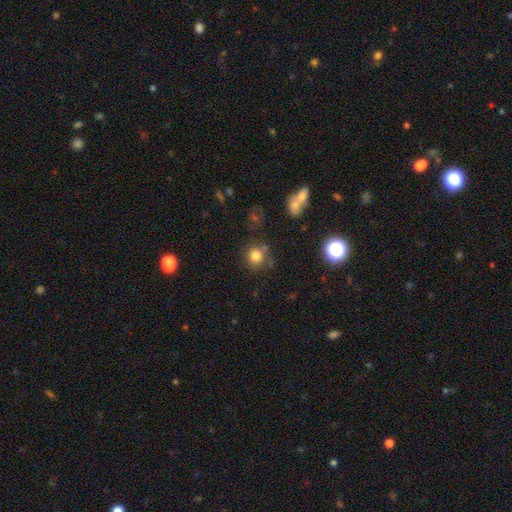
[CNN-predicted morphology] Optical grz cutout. It shows a smooth galaxy with no disk features (80%) that is round (87%). Merging: none (74%).